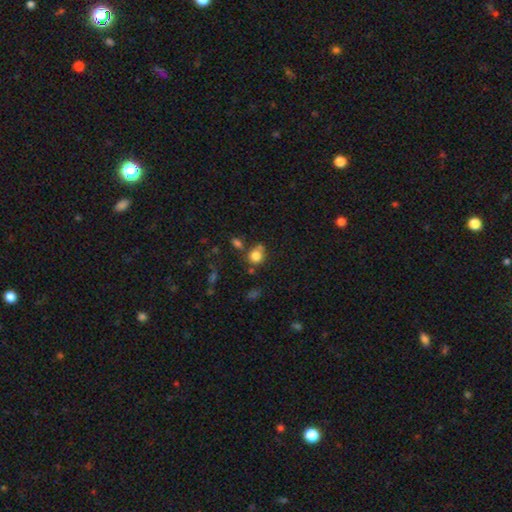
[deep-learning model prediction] Smooth or featured: smooth — 81% (star or artifact — 12%)
How rounded: round — 78% (in between — 21%)
Merging: none — 61% (merger — 19%)